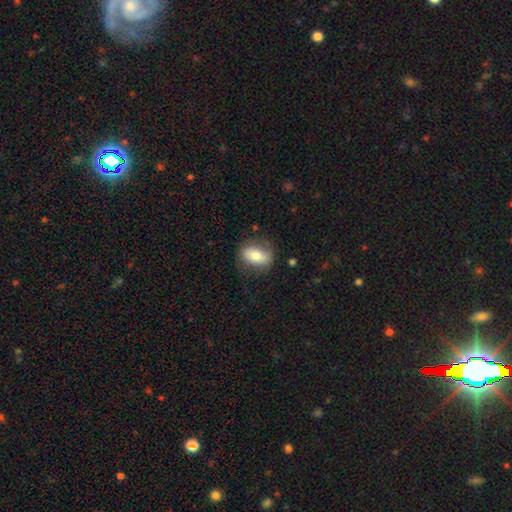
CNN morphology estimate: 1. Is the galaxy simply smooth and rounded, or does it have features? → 68% smooth, 25% featured or disk, 7% star or artifact.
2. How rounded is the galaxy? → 77% in between, 20% round, 3% cigar-shaped.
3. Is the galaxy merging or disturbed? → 74% none, 18% minor disturbance, 7% major disturbance, 1% merger.